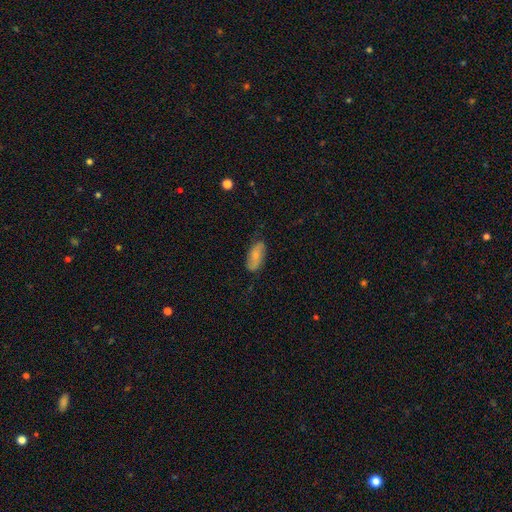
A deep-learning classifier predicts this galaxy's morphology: Overall: smooth (66%; featured or disk 28%). How rounded: in between (88%). Merging: none (77%).